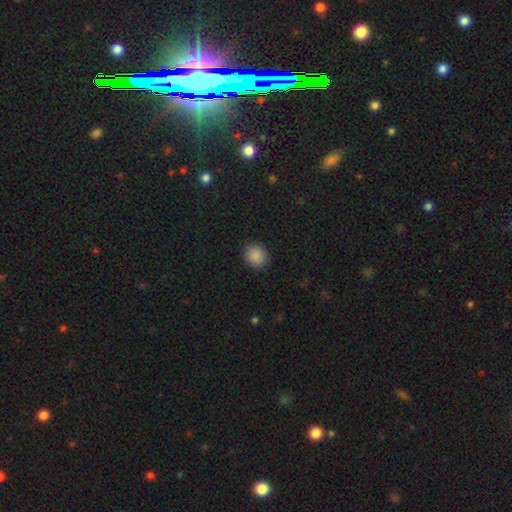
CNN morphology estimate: smooth-or-featured: smooth: 88% | star or artifact: 9% | featured or disk: 3%
  how-rounded: round: 86% | in between: 13% | cigar-shaped: 1%
  merging: none: 90% | minor disturbance: 7% | major disturbance: 2% | merger: 1%